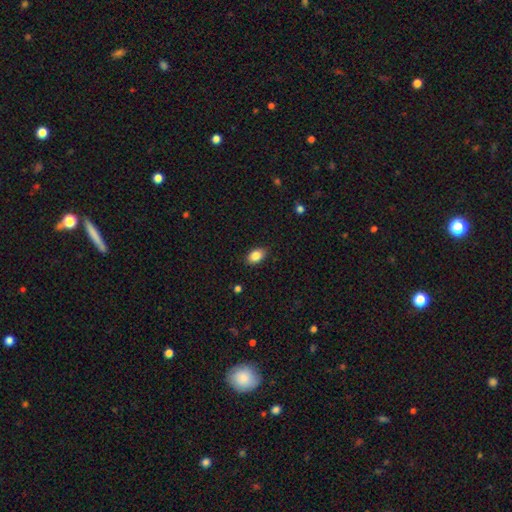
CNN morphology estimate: Smooth or featured? Predicted: smooth (p=0.85). How rounded? Predicted: in between (p=0.84). Merging? Predicted: none (p=0.86).